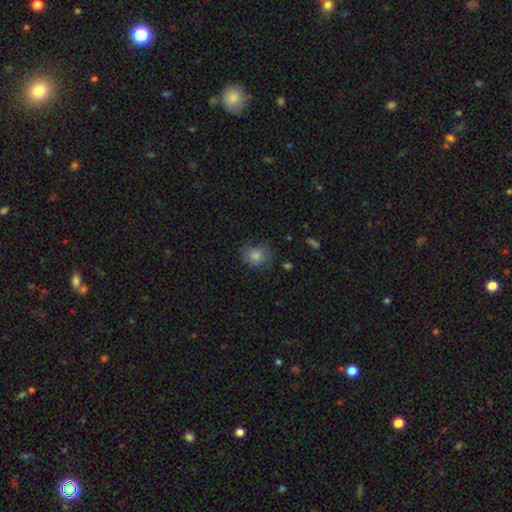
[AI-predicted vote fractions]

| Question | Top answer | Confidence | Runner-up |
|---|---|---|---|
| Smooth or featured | smooth | 79% | star or artifact (13%) |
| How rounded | round | 73% | in between (26%) |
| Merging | none | 78% | minor disturbance (17%) |